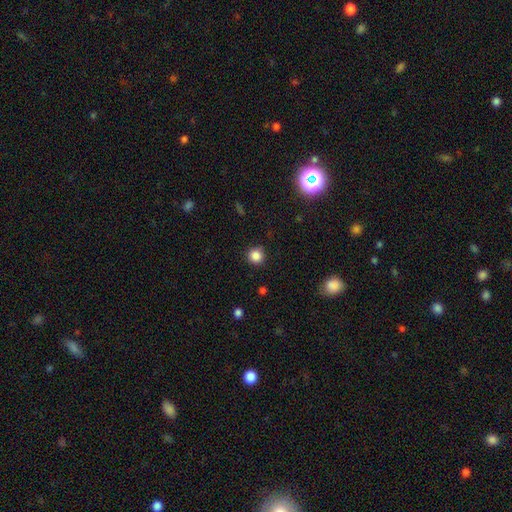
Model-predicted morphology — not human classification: Overall: smooth (85%). How rounded: round (93%). Merging: none (90%).